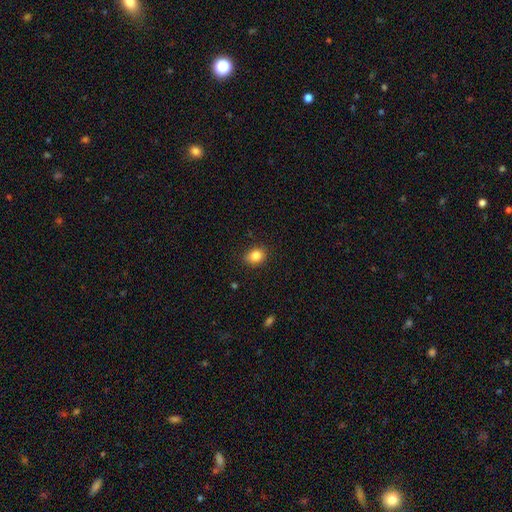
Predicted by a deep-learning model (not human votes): Smooth or featured?
  - smooth: 84% *
  - star or artifact: 10%
  - featured or disk: 6%
How rounded?
  - round: 59% *
  - in between: 40%
  - cigar-shaped: 1%
Merging?
  - none: 83% *
  - minor disturbance: 14%
  - major disturbance: 3%
  - merger: 1%